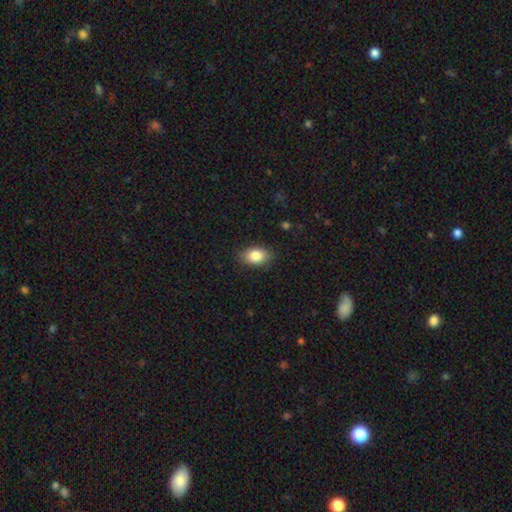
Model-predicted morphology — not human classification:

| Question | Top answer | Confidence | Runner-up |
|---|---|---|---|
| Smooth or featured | smooth | 85% | featured or disk (8%) |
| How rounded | in between | 86% | round (12%) |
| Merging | none | 85% | minor disturbance (11%) |